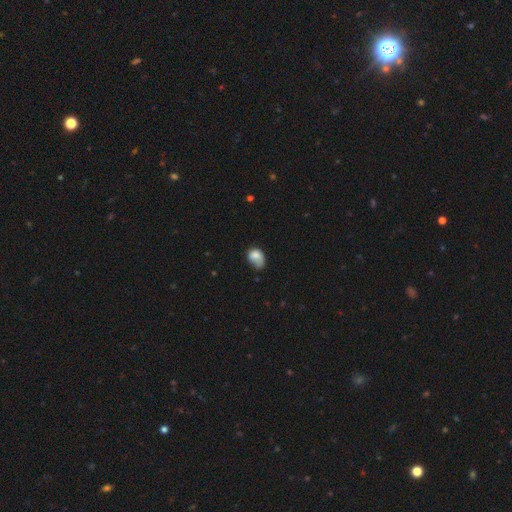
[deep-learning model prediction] smooth 75%, featured or disk 16%, star or artifact 9%. Down the decision tree: how rounded — in between (72%); merging — minor disturbance (40%).